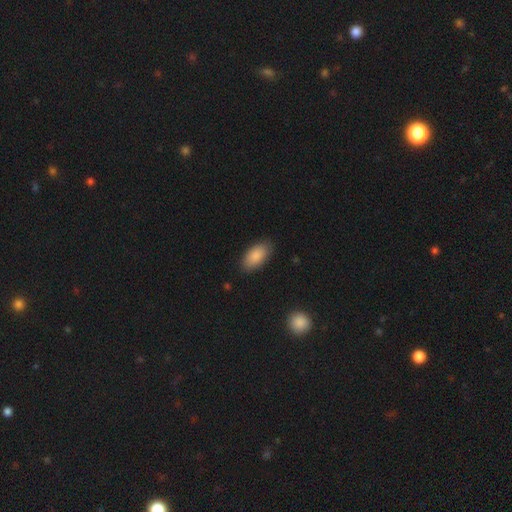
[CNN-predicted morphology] Q: Smooth or featured?
A: smooth (87%); runner-up: featured or disk (7%)
Q: How rounded?
A: in between (93%); runner-up: cigar-shaped (4%)
Q: Merging?
A: none (86%); runner-up: minor disturbance (11%)